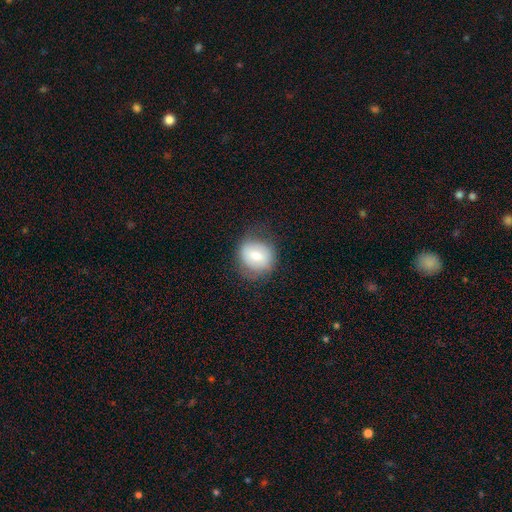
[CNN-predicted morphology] Smooth or featured? smooth (69%)
How rounded? round (76%)
Merging? none (69%)